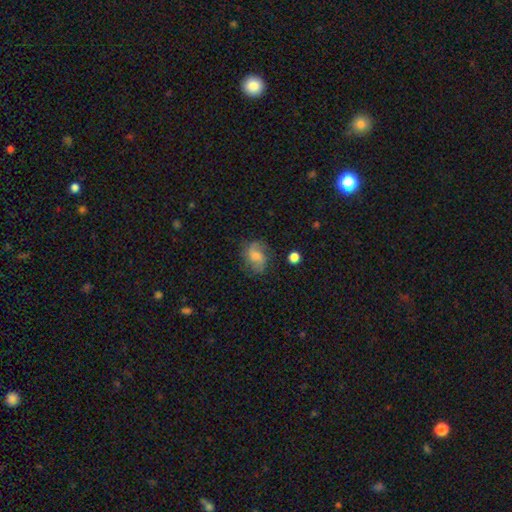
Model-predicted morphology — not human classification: Q: Smooth or featured?
A: featured or disk (45%); tied with: smooth (45%)
Q: Merging?
A: none (62%); runner-up: minor disturbance (23%)